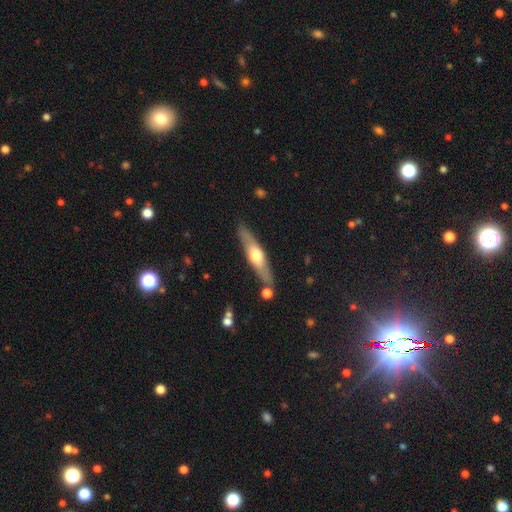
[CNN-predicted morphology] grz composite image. It shows a featured or disk galaxy (55%) viewed edge-on (89%). Merging: none (82%).